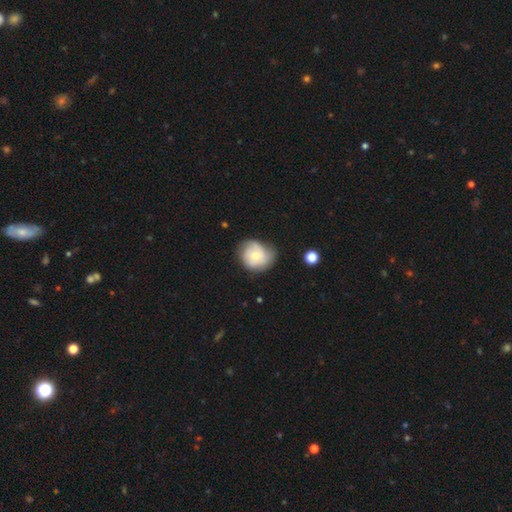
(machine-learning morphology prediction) Smooth or featured? smooth (46%, tied with featured or disk)
Merging? none (57%)